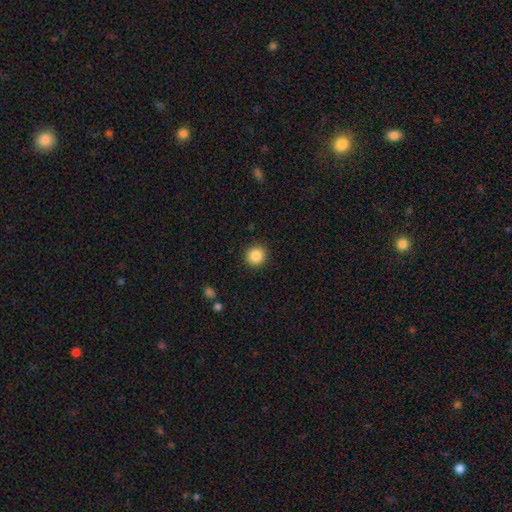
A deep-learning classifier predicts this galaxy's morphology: type=smooth (86%); roundness=round (93%); merging=none (92%).